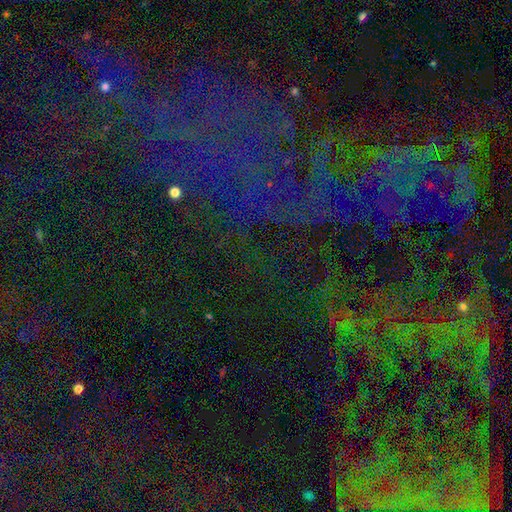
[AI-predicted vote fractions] This is likely a star or artifact rather than a galaxy (76%).